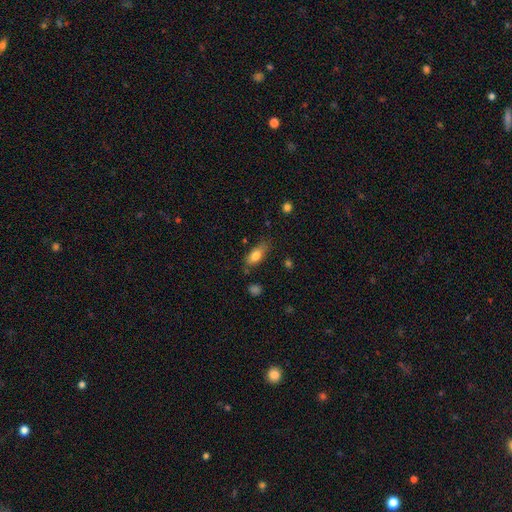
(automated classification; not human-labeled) Smooth or featured: smooth — 79% (featured or disk — 13%)
How rounded: in between — 79% (cigar-shaped — 18%)
Merging: none — 71% (minor disturbance — 21%)